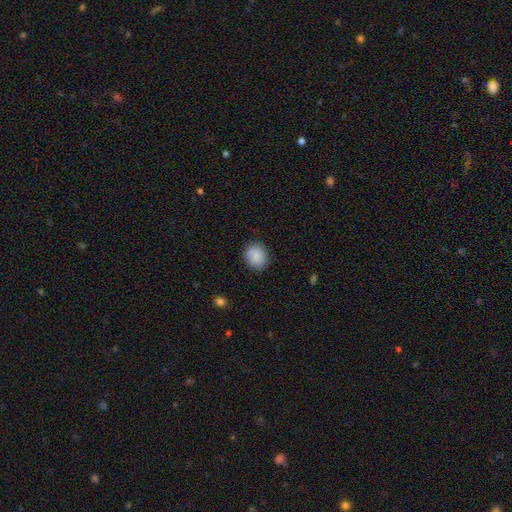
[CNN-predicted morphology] Q: Smooth or featured?
A: smooth (88%); runner-up: star or artifact (7%)
Q: How rounded?
A: round (76%); runner-up: in between (23%)
Q: Merging?
A: none (87%); runner-up: minor disturbance (10%)